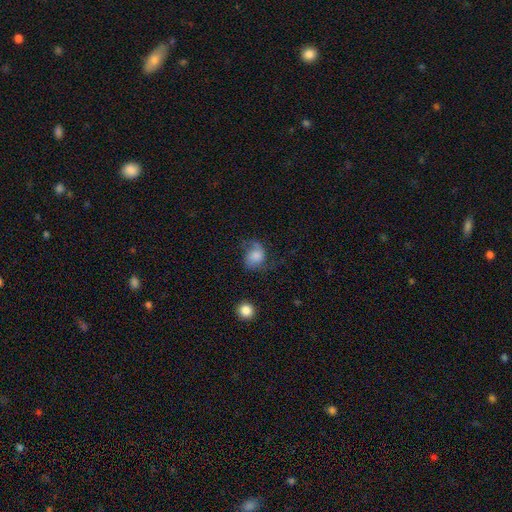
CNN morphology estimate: type=smooth (56%); roundness=round (56%); merging=none (43%).